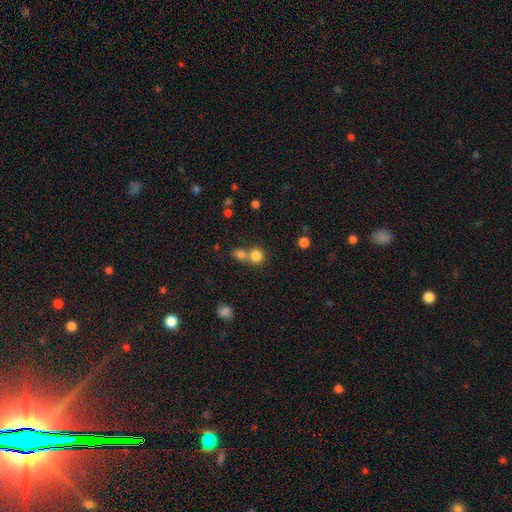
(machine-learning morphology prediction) smooth-or-featured: smooth: 81% | star or artifact: 12% | featured or disk: 7%
  how-rounded: round: 87% | in between: 12% | cigar-shaped: 1%
  merging: none: 47% | merger: 44% | minor disturbance: 6% | major disturbance: 3%